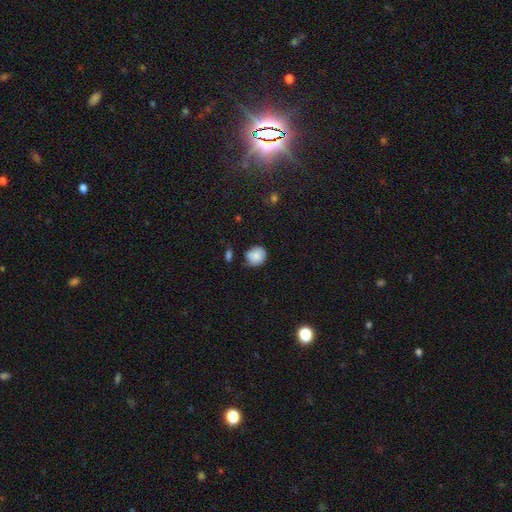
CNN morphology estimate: Overall: smooth (83%). How rounded: round (75%). Merging: none (57%; minor disturbance 31%).